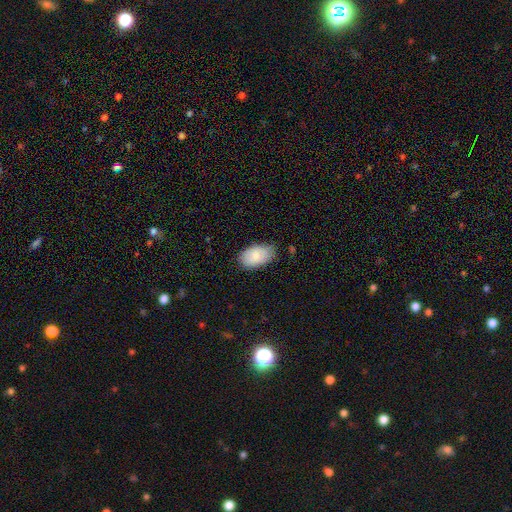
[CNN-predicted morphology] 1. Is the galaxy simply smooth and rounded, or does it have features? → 84% smooth, 10% featured or disk, 6% star or artifact.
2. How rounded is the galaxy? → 94% in between, 5% round, 1% cigar-shaped.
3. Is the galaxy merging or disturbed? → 68% none, 26% minor disturbance, 4% major disturbance, 1% merger.